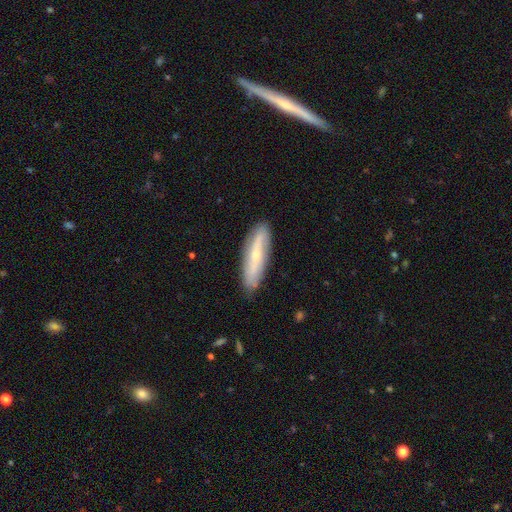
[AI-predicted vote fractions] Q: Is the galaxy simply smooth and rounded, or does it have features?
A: featured or disk — 56%.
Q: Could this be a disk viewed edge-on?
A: no — 59%.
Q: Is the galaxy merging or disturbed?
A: none — 85%.